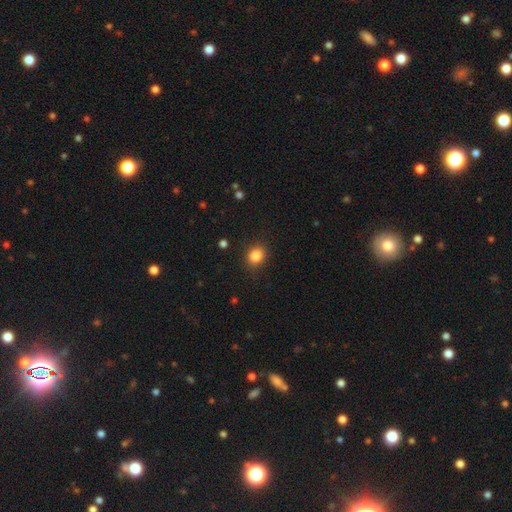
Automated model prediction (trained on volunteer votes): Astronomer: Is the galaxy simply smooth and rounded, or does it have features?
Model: smooth — 85%.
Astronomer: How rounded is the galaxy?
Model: round — 65%.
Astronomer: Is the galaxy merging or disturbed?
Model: none — 87%.